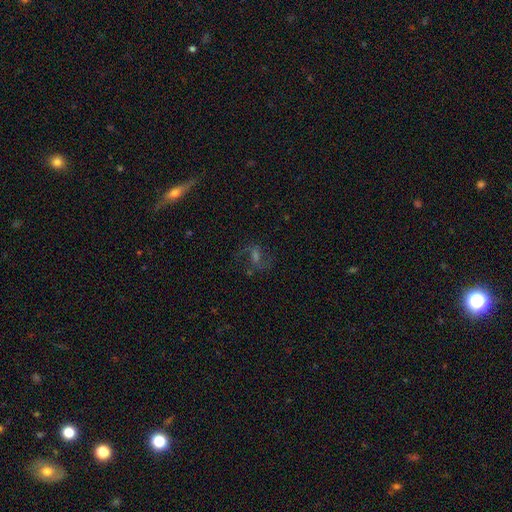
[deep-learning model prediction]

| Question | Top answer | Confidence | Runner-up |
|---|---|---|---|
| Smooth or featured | featured or disk | 63% | star or artifact (21%) |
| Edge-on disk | no | 92% | yes (8%) |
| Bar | weak | 48% | no (31%) |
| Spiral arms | yes | 87% | no (13%) |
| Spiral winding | loose | 48% | medium (41%) |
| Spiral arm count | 2 | 85% | can't tell (7%) |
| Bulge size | moderate | 40% | small (35%) |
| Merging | none | 71% | minor disturbance (14%) |